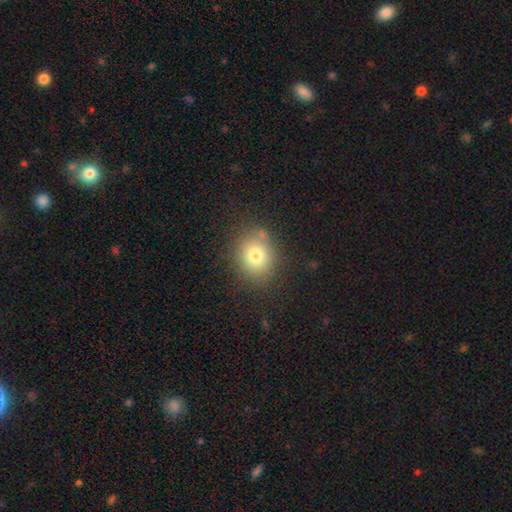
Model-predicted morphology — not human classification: Overall: smooth (76%). How rounded: round (71%). Merging: none (81%).